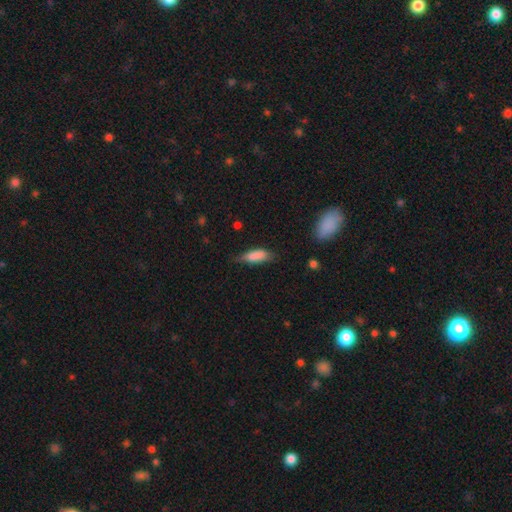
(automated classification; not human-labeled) smooth-or-featured: smooth: 80% | featured or disk: 13% | star or artifact: 7%
  how-rounded: in between: 64% | cigar-shaped: 33% | round: 2%
  merging: none: 49% | minor disturbance: 38% | major disturbance: 11% | merger: 2%